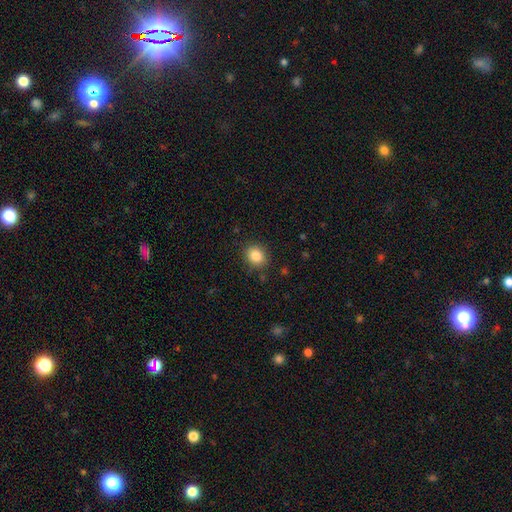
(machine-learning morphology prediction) Overall: smooth (85%). How rounded: round (67%; in between 32%). Merging: none (87%).